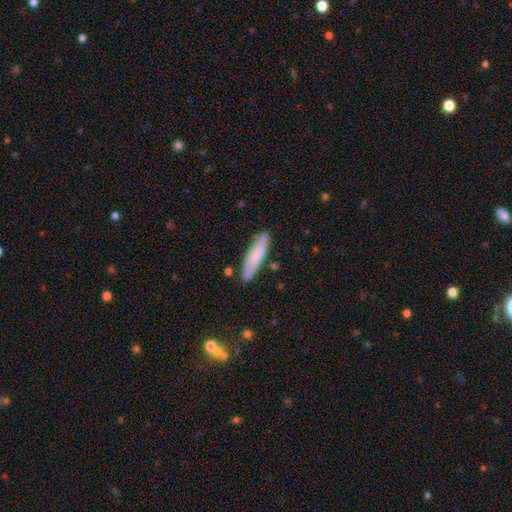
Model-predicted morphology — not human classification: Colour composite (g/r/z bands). It shows a smooth galaxy with no disk features (78%) that is cigar-shaped (75%). Merging: none (85%).